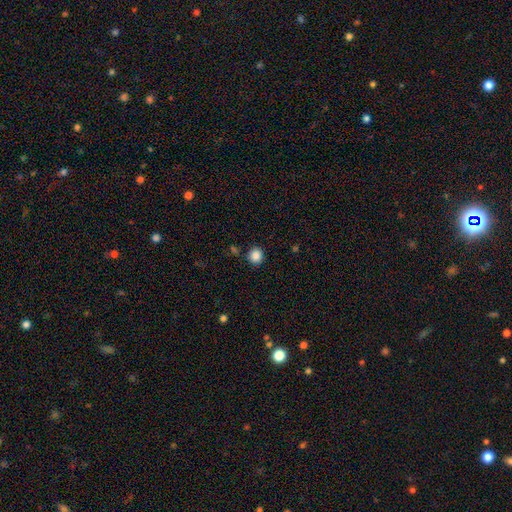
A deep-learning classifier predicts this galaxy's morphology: Smooth or featured: smooth — 86% (star or artifact — 10%)
How rounded: round — 90% (in between — 9%)
Merging: none — 88% (minor disturbance — 7%)